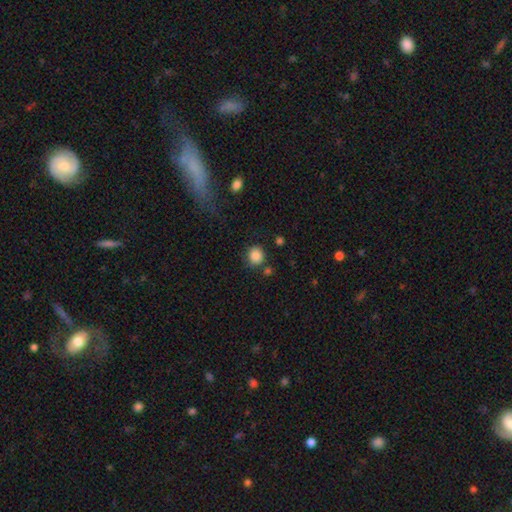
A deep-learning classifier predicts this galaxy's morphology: Q: Smooth or featured?
A: smooth (87%); runner-up: star or artifact (10%)
Q: How rounded?
A: round (87%); runner-up: in between (12%)
Q: Merging?
A: none (77%); runner-up: minor disturbance (12%)